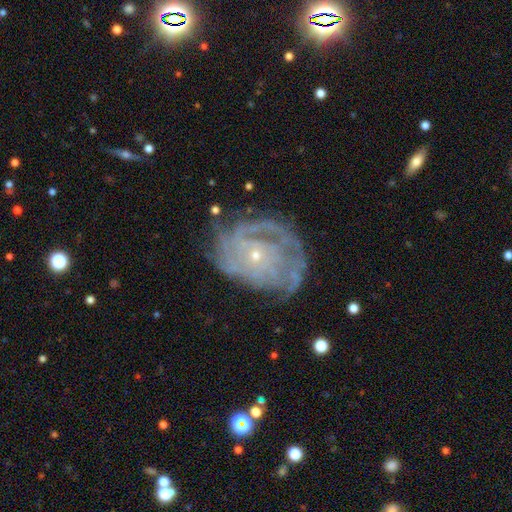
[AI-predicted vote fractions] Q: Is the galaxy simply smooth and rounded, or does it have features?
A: featured or disk — 85%.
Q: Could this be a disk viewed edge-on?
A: no — 97%.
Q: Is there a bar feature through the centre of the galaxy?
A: no — 79%.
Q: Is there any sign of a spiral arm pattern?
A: yes — 93%.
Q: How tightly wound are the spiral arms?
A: tight — 68%.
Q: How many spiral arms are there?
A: can't tell — 36%.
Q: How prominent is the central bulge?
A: small — 85%.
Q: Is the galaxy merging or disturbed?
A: none — 61%.